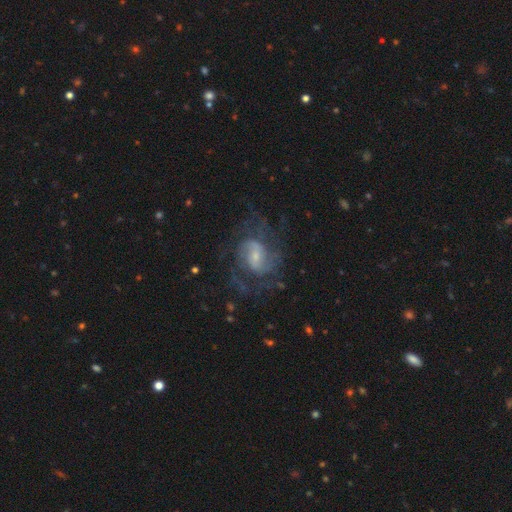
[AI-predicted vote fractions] Smooth or featured? Predicted: featured or disk (p=0.80). Edge-on disk? Predicted: no (p=0.97). Bar? Predicted: weak (p=0.48). Spiral arms? Predicted: yes (p=0.90). Spiral winding? Predicted: medium (p=0.49). Spiral arm count? Predicted: 2 (p=0.48). Bulge size? Predicted: small (p=0.64). Merging? Predicted: none (p=0.62).